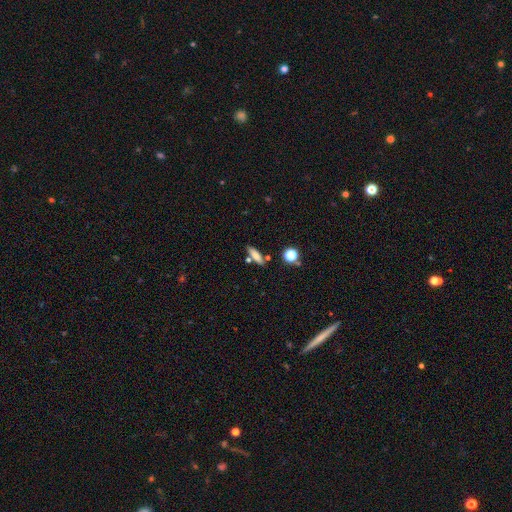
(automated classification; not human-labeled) A smooth galaxy with no disk features (75%) that is cigar-shaped (63%). Merging: none (76%).